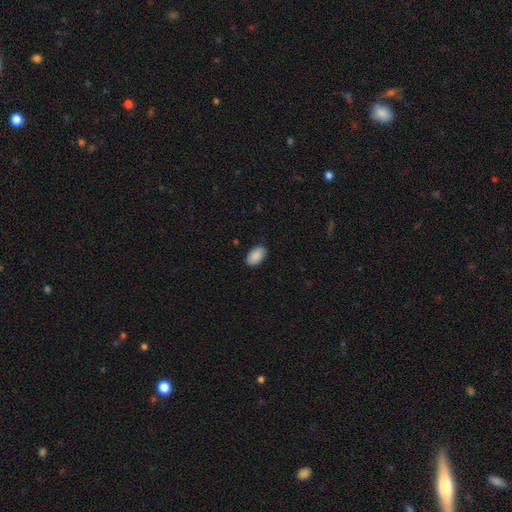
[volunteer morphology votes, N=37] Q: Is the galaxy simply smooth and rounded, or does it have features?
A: smooth — 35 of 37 (95%).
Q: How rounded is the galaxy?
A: in between — 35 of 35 (100%).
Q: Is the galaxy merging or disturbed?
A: none — 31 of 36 (86%).